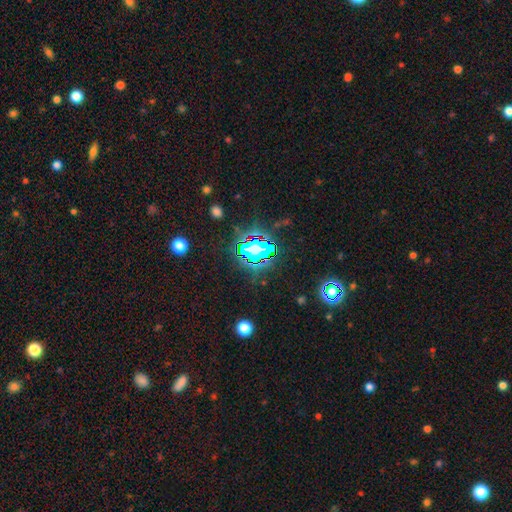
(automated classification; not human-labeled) Morphology: type=star or artifact (77%).